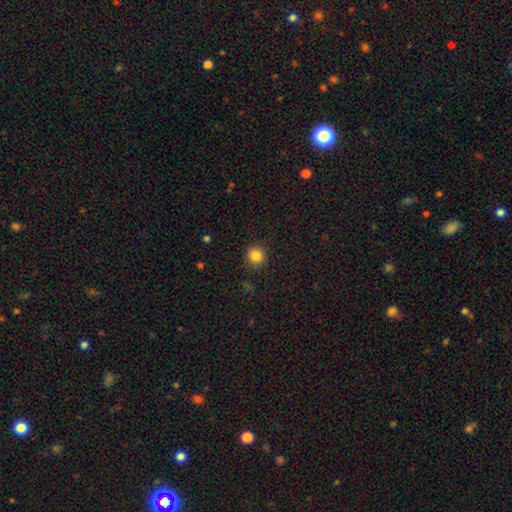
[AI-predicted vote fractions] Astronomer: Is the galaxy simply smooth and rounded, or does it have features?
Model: smooth — 85%.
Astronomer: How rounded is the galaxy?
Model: round — 93%.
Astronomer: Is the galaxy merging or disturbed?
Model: none — 90%.